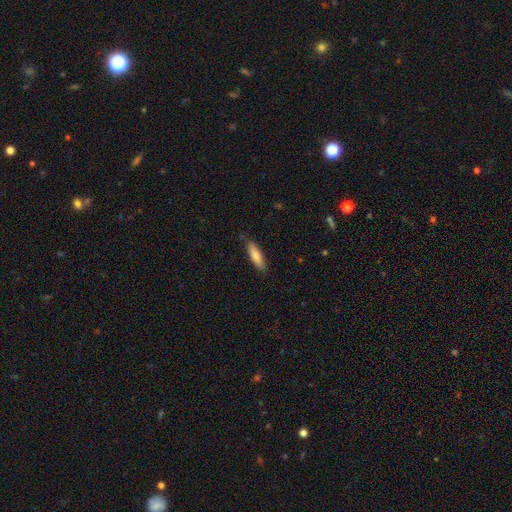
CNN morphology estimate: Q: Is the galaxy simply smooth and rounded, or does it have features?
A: smooth — 78%.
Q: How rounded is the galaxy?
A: cigar-shaped — 66%.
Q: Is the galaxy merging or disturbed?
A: none — 84%.